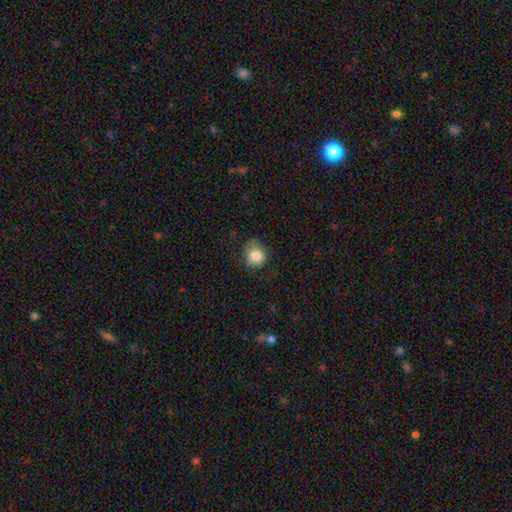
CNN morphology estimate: A smooth galaxy with no disk features (82%) that is round (69%).

Vote fractions:
- Smooth or featured? smooth: 82% / star or artifact: 10% / featured or disk: 8%
- How rounded? round: 69% / in between: 30% / cigar-shaped: 1%
- Merging? none: 64% / minor disturbance: 26% / major disturbance: 8% / merger: 1%